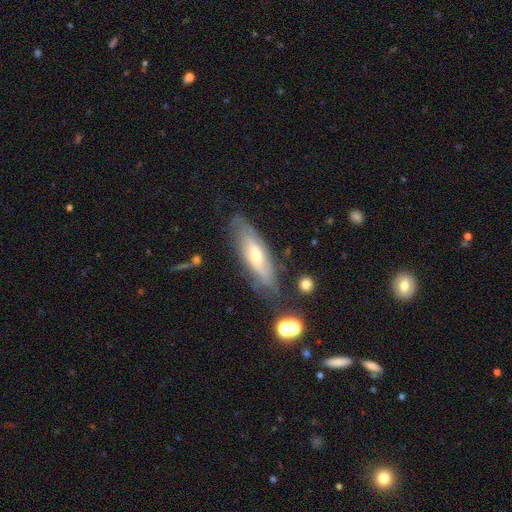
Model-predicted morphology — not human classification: Overall: featured or disk (60%; smooth 32%). Edge-on disk: no (62%; yes 38%). Merging: none (71%).